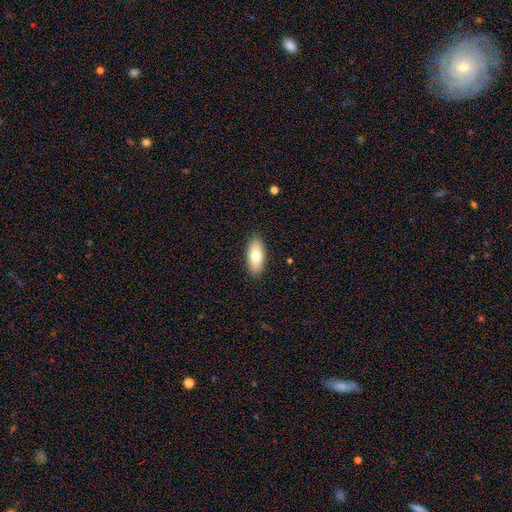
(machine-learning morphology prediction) Overall: smooth (75%). How rounded: in between (86%). Merging: none (87%).